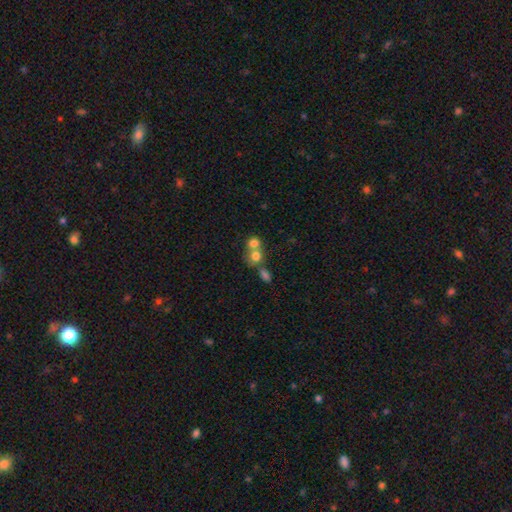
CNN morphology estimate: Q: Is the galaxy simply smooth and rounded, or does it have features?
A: smooth — 74%.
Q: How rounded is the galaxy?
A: round — 74%.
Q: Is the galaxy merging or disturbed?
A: merger — 60%.